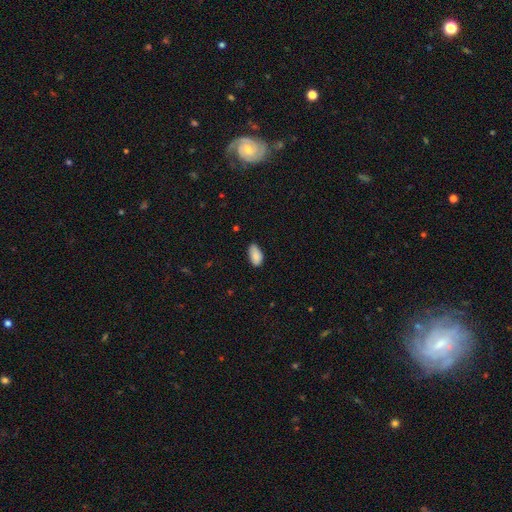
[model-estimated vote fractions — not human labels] Morphology: type=smooth (88%); roundness=in between (94%); merging=none (72%).